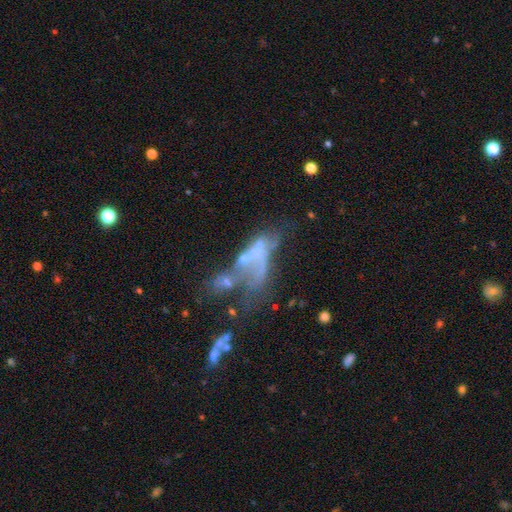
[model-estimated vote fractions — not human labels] Smooth or featured? featured or disk (54%)
Edge-on disk? no (92%)
Merging? merger (40%)